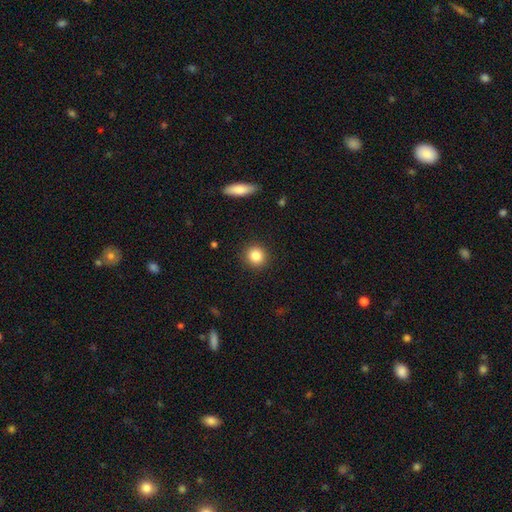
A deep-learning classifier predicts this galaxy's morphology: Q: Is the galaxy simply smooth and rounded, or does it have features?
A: smooth — 85%.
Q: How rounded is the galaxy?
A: round — 91%.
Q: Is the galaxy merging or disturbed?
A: none — 91%.